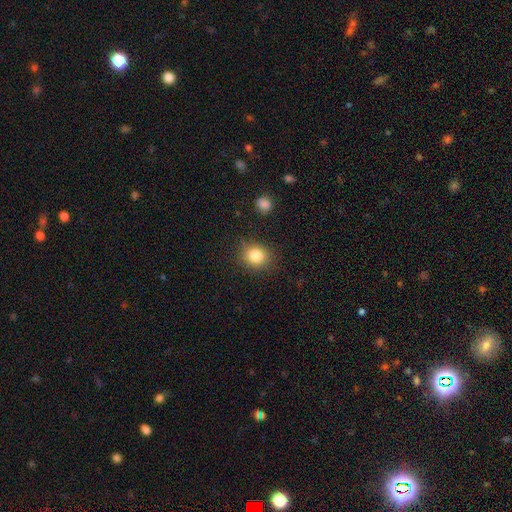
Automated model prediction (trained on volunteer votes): The model was most divided on "how rounded": round: 75%, in between: 24%, cigar-shaped: 1%. More confident: smooth or featured — smooth (83%); merging — none (83%).